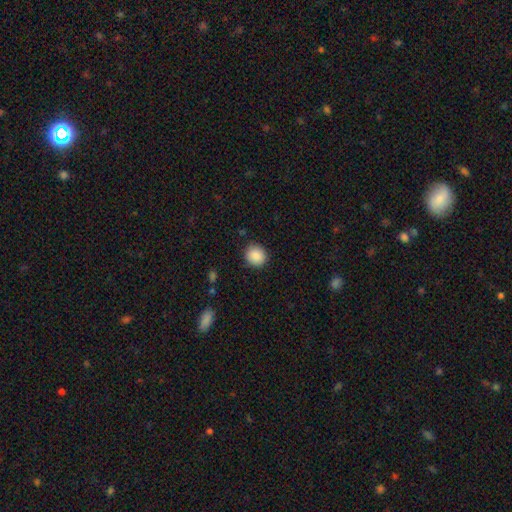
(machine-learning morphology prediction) This appears to be a smooth galaxy with no disk features (88%) that is round (83%). Merging: none (88%).